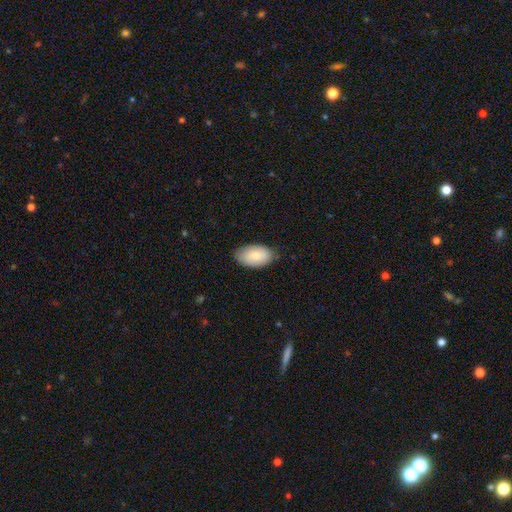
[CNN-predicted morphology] smooth_or_featured: smooth (p=0.79) [alt: featured or disk p=0.15]
how_rounded: in between (p=0.95) [alt: round p=0.04]
merging: none (p=0.81) [alt: minor disturbance p=0.16]